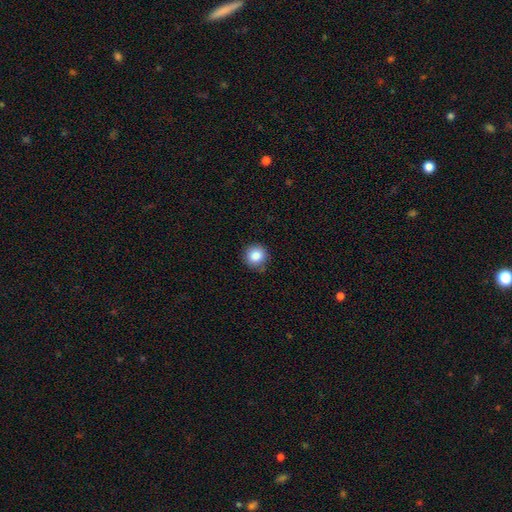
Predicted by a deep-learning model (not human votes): smooth-or-featured: smooth: 86% | star or artifact: 10% | featured or disk: 4%
  how-rounded: round: 93% | in between: 6% | cigar-shaped: 1%
  merging: none: 82% | minor disturbance: 14% | major disturbance: 3% | merger: 1%